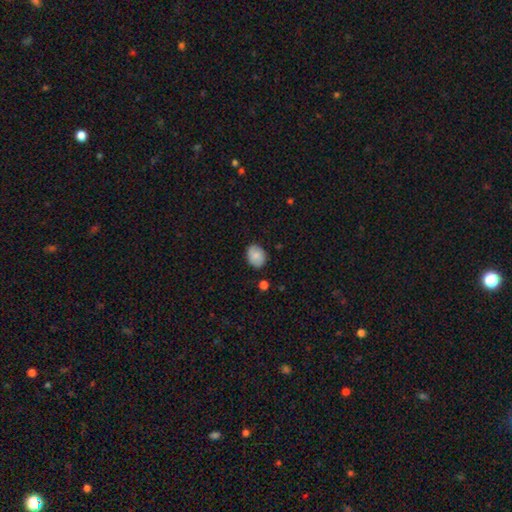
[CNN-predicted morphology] A smooth galaxy with no disk features (82%) that is in between round and cigar-shaped (61%).

Vote fractions:
- Smooth or featured? smooth: 82% / featured or disk: 11% / star or artifact: 7%
- How rounded? in between: 61% / round: 38% / cigar-shaped: 1%
- Merging? none: 82% / minor disturbance: 13% / major disturbance: 3% / merger: 2%